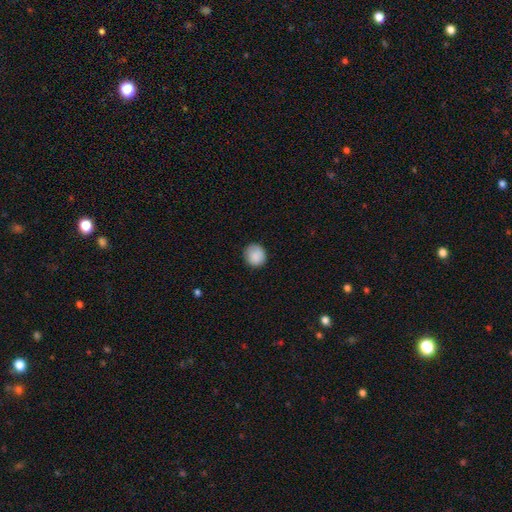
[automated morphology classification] A smooth galaxy with no disk features (88%) that is round (89%). Merging: none (85%).